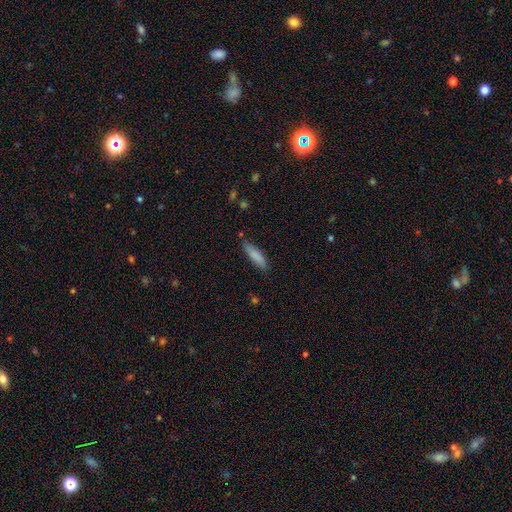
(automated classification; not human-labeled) A smooth galaxy with no disk features (83%) that is cigar-shaped (70%). Merging: none (78%).